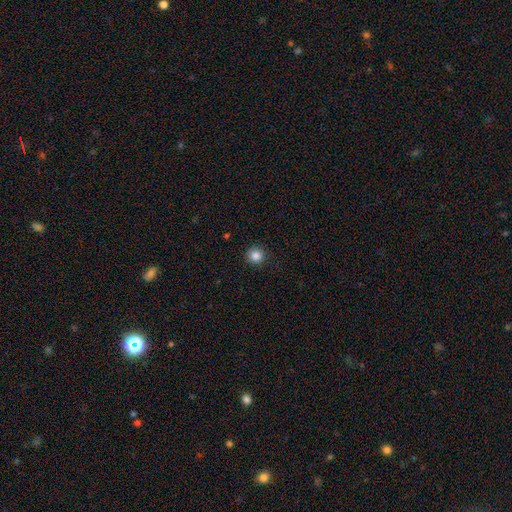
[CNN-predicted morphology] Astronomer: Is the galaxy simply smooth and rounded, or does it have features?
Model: smooth — 85%.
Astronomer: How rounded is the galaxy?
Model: round — 94%.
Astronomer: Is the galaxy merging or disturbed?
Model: none — 91%.